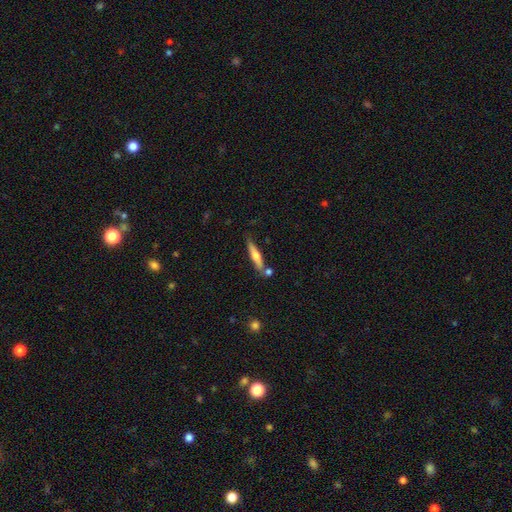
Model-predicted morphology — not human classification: Smooth or featured? Predicted: smooth (p=0.48). Merging? Predicted: none (p=0.73).